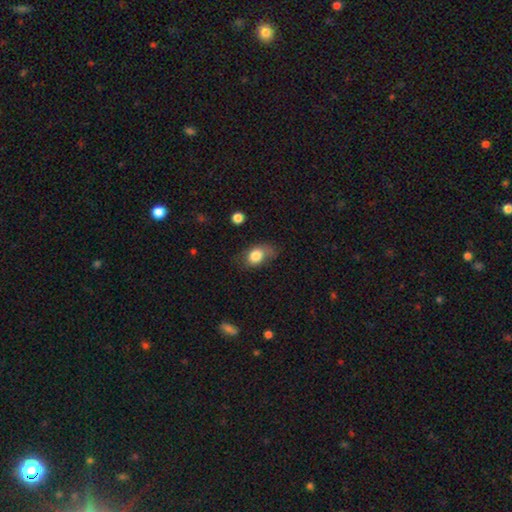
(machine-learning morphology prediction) This appears to be a smooth galaxy with no disk features (81%) that is in between round and cigar-shaped (72%). Merging: none (47%).